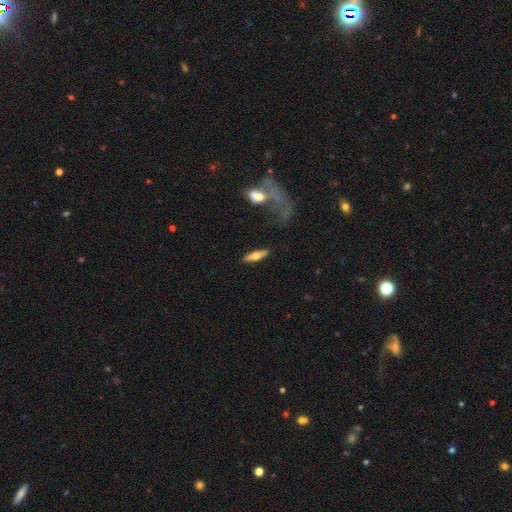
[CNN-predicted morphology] A featured or disk galaxy (48%). Merging: none (82%).